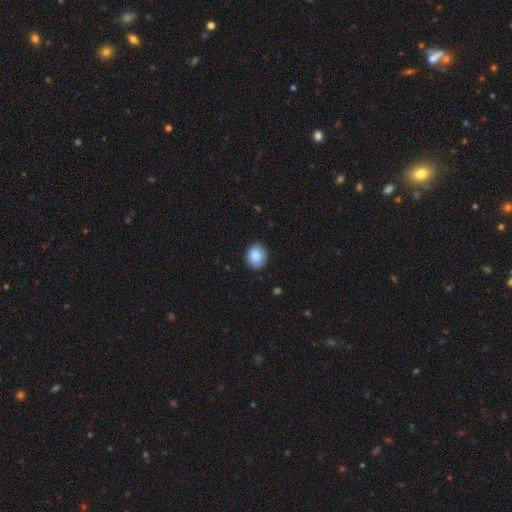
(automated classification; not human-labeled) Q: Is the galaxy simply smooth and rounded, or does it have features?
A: smooth — 88%.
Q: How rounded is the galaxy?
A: in between — 50%.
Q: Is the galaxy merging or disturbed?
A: none — 86%.